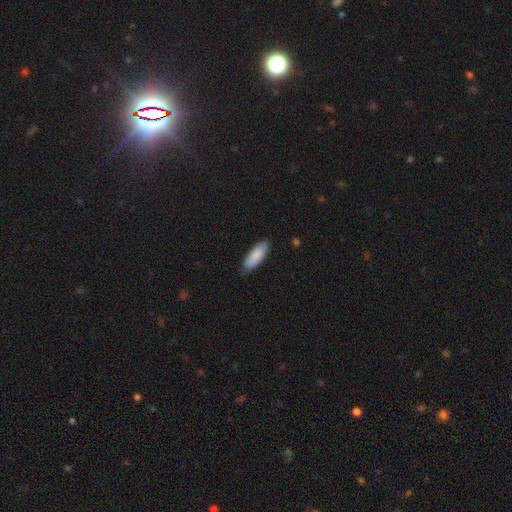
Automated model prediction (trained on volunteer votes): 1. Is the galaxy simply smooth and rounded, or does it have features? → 88% smooth, 7% featured or disk, 5% star or artifact.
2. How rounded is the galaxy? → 69% in between, 29% cigar-shaped, 1% round.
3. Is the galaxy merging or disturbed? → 85% none, 12% minor disturbance, 2% major disturbance, 1% merger.